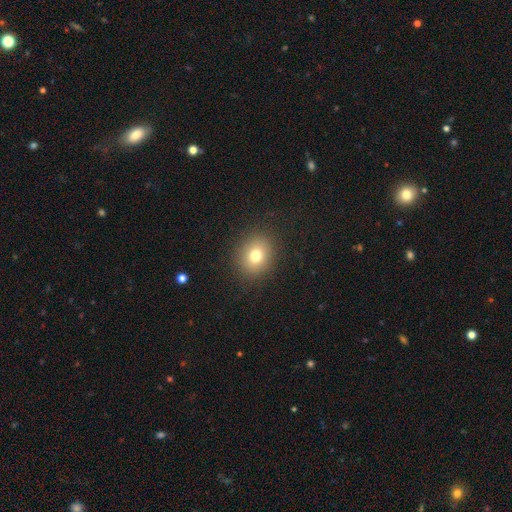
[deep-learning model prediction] Smooth or featured?
  - smooth: 77% *
  - star or artifact: 13%
  - featured or disk: 11%
How rounded?
  - round: 63% *
  - in between: 36%
  - cigar-shaped: 1%
Merging?
  - none: 88% *
  - minor disturbance: 8%
  - major disturbance: 3%
  - merger: 1%